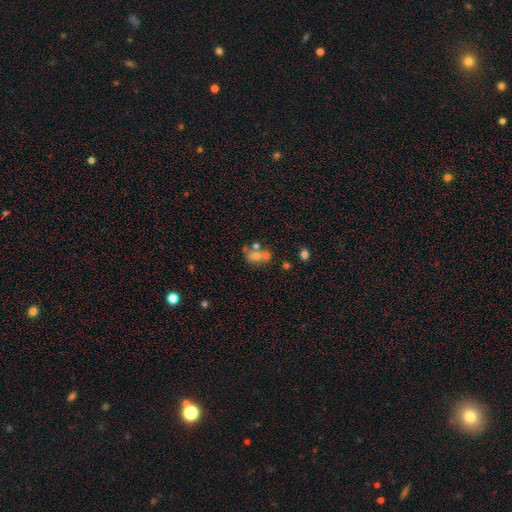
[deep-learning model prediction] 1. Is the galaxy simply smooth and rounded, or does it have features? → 56% smooth, 31% featured or disk, 13% star or artifact.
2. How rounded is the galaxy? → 68% in between, 28% round, 4% cigar-shaped.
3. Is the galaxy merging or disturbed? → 43% merger, 36% none, 13% minor disturbance, 7% major disturbance.